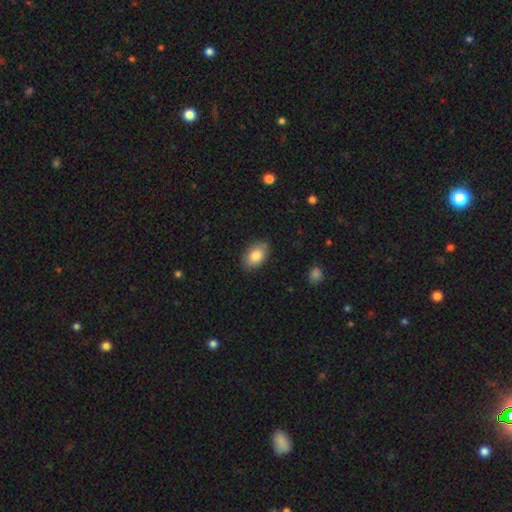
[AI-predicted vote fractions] Smooth or featured?
  - smooth: 84% *
  - featured or disk: 9%
  - star or artifact: 7%
How rounded?
  - in between: 90% *
  - round: 9%
  - cigar-shaped: 1%
Merging?
  - none: 85% *
  - minor disturbance: 12%
  - major disturbance: 2%
  - merger: 1%